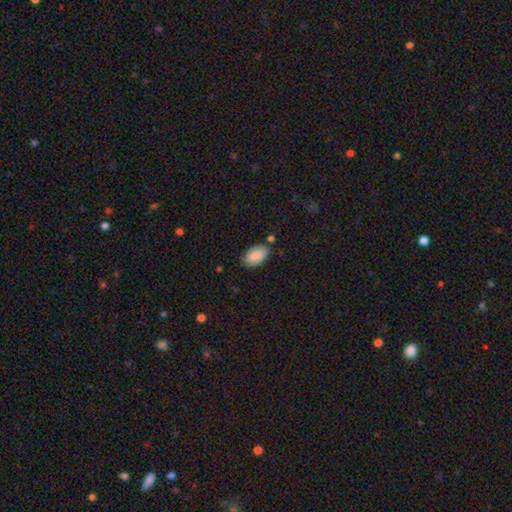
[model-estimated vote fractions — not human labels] Smooth or featured: smooth — 89% (star or artifact — 6%)
How rounded: in between — 95% (round — 3%)
Merging: none — 76% (minor disturbance — 17%)